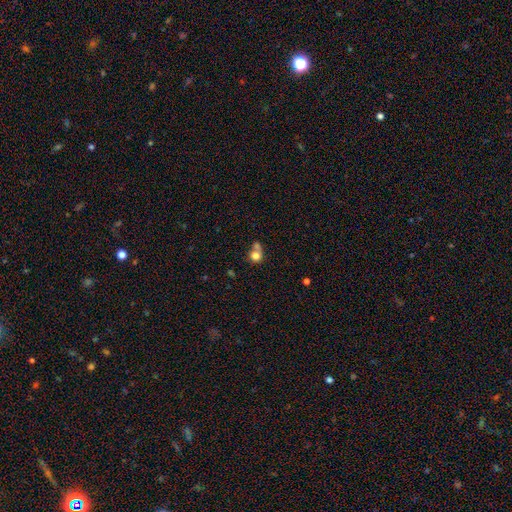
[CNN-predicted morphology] This appears to be a smooth galaxy with no disk features (77%) that is round (80%). Merging: merger (43%).